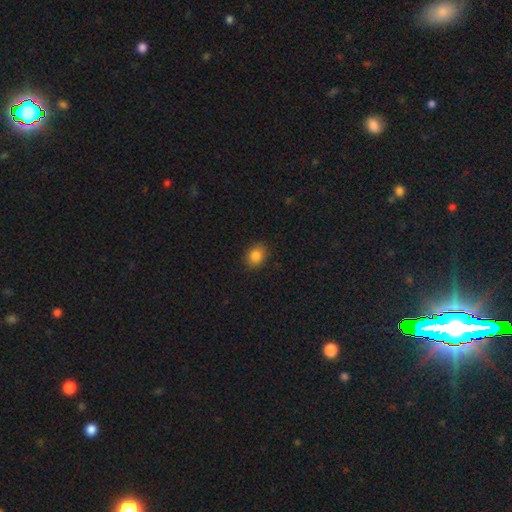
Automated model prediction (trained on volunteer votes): The model was most divided on "how rounded": round: 50%, in between: 49%, cigar-shaped: 1%. More confident: merging — none (88%); smooth or featured — smooth (84%).